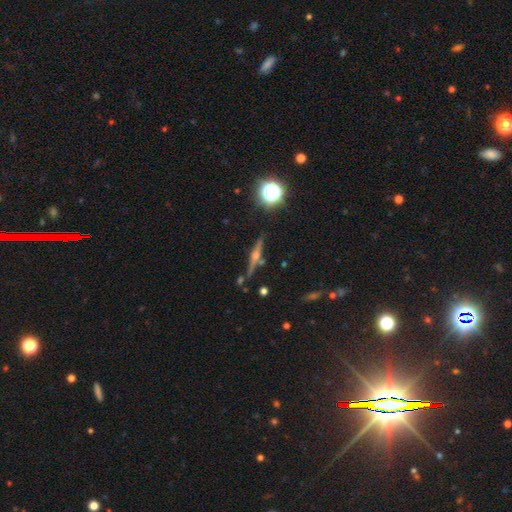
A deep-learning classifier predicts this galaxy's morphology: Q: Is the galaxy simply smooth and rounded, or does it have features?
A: featured or disk — 73%.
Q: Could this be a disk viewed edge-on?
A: yes — 96%.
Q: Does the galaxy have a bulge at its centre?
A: rounded — 91%.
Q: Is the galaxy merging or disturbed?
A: none — 82%.